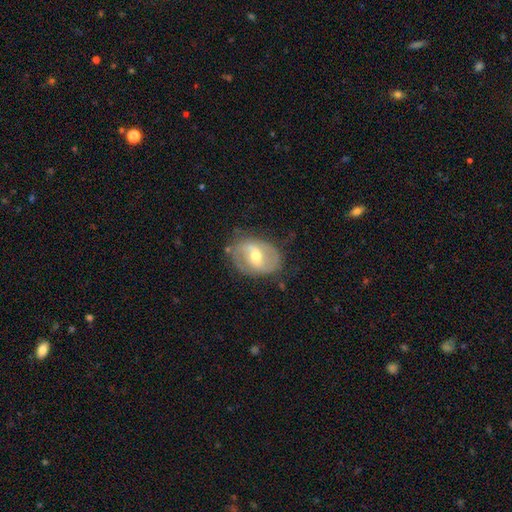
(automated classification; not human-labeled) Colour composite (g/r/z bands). It shows a featured or disk galaxy (73%) with a weak bar (49%), 2 (77%) medium (43%) spiral arms (75%) and a moderate central bulge (71%). Merging: none (73%).